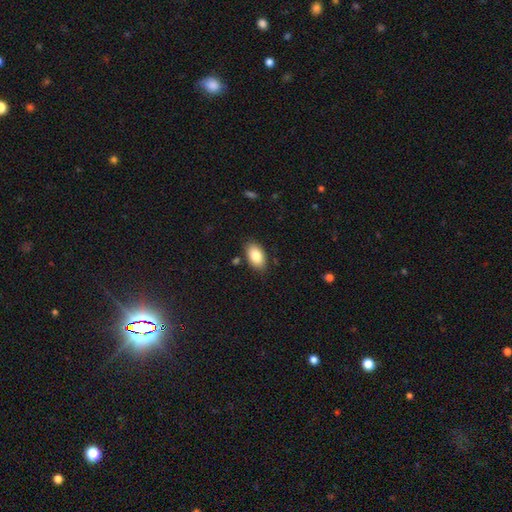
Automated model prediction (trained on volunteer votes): smooth-or-featured: smooth: 83% | featured or disk: 10% | star or artifact: 7%
  how-rounded: in between: 93% | round: 6% | cigar-shaped: 2%
  merging: none: 84% | minor disturbance: 11% | major disturbance: 2% | merger: 2%